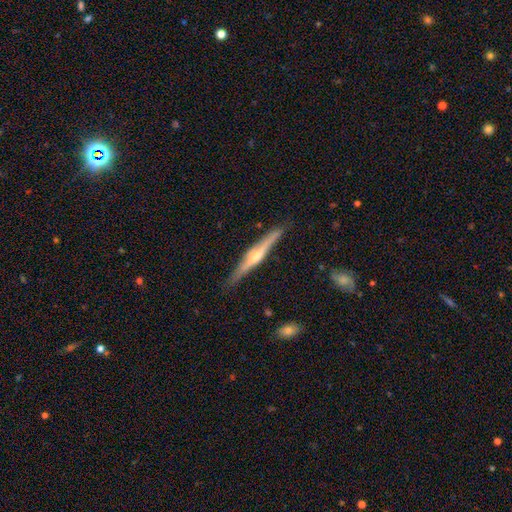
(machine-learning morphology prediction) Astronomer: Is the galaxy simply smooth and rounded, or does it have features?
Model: featured or disk — 74%.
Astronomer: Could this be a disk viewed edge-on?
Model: yes — 97%.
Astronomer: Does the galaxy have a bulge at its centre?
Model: rounded — 83%.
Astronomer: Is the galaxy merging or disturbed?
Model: none — 87%.